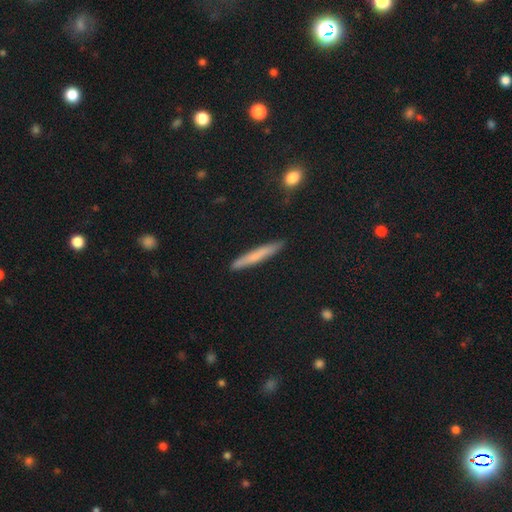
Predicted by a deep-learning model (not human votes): Smooth or featured? smooth (66%)
How rounded? cigar-shaped (95%)
Merging? none (89%)